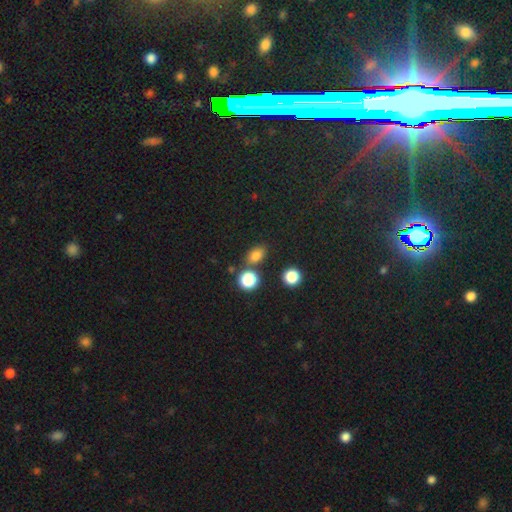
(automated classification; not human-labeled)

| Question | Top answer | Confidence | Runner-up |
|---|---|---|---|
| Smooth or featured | smooth | 76% | star or artifact (17%) |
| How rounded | in between | 67% | round (31%) |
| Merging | none | 76% | minor disturbance (11%) |